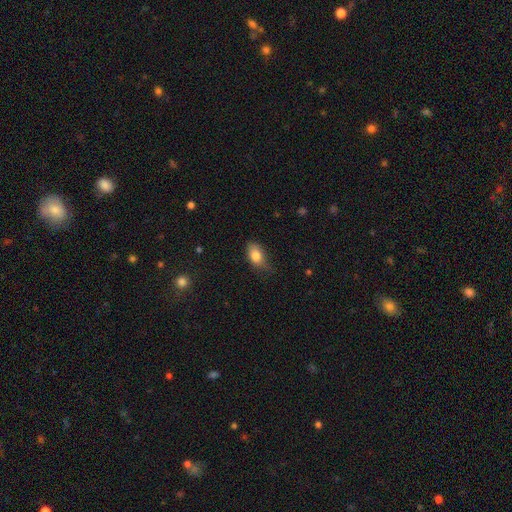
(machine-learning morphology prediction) This is clearly a smooth galaxy (81%). How rounded: clearly in between (87%). Merging: possibly none (58%).